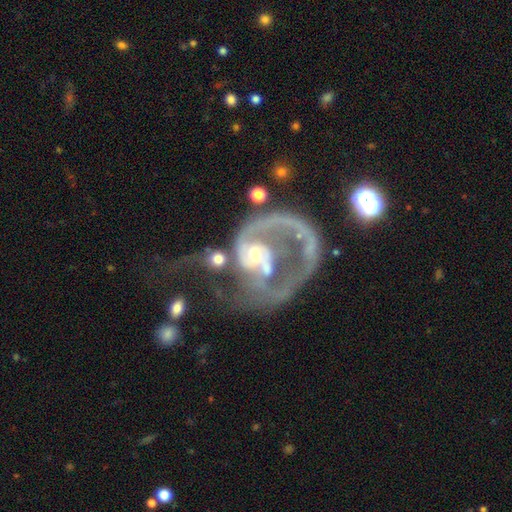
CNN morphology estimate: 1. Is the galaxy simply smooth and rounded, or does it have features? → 82% featured or disk, 11% smooth, 7% star or artifact.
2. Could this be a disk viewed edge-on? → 98% no, 2% yes.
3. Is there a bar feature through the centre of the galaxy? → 67% no, 24% weak, 8% strong.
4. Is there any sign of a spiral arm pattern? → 77% yes, 23% no.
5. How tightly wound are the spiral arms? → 42% loose, 36% medium, 22% tight.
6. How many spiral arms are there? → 51% 1, 27% 2, 14% can't tell, 4% 3, 2% 4, 2% more than 4.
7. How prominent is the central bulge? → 56% moderate, 32% small, 6% large, 4% none, 2% dominant.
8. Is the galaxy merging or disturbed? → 40% major disturbance, 36% merger, 16% none, 9% minor disturbance.